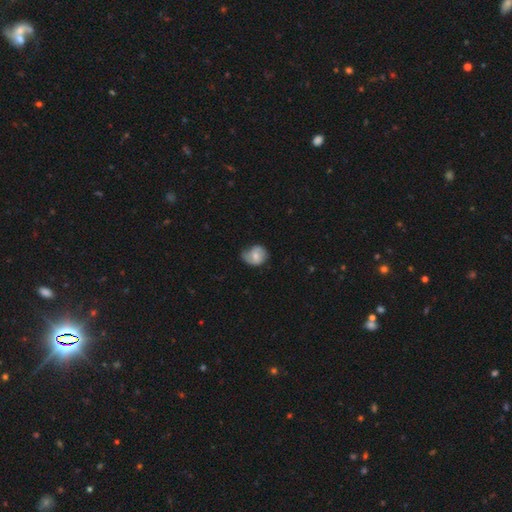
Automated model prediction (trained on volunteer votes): Morphology: type=smooth (57%); roundness=round (59%); merging=none (52%).